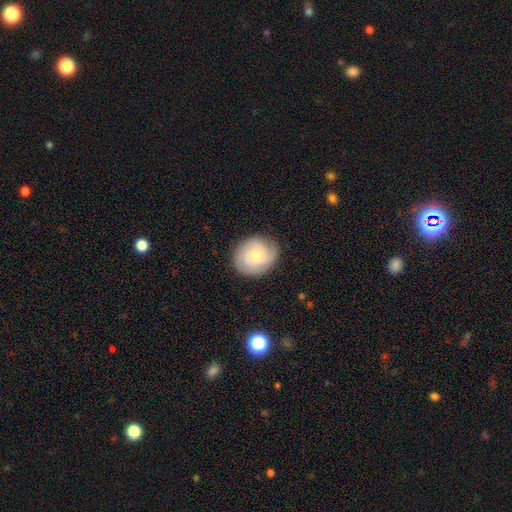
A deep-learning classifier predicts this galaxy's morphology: Overall: featured or disk (53%; smooth 40%). Edge-on disk: no (97%). Bar: no (79%). Spiral arms: yes (83%). Bulge size: moderate (48%, tied with small). Merging: none (79%).